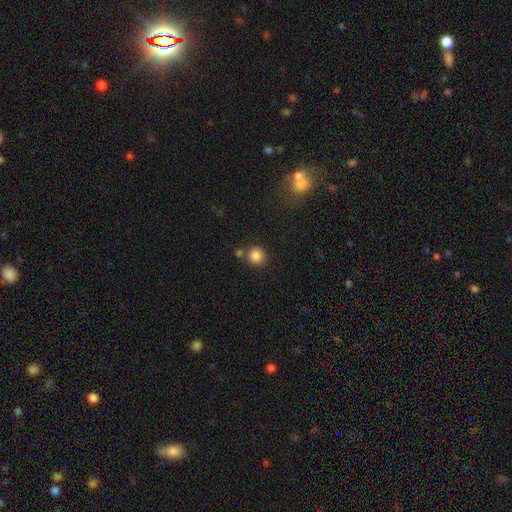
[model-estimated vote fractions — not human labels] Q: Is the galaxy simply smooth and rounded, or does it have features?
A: smooth — 85%.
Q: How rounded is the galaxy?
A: round — 91%.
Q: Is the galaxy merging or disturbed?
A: none — 75%.